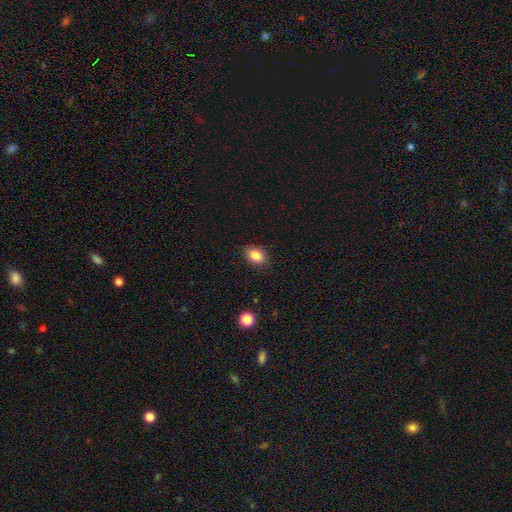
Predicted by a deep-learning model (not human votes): Q: Smooth or featured?
A: smooth (86%); runner-up: star or artifact (9%)
Q: How rounded?
A: in between (71%); runner-up: round (28%)
Q: Merging?
A: none (86%); runner-up: minor disturbance (11%)